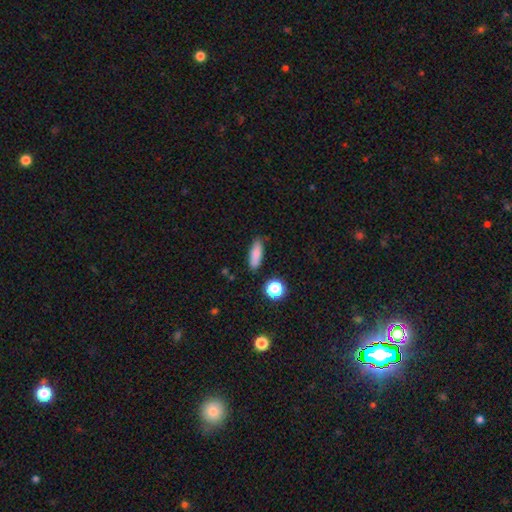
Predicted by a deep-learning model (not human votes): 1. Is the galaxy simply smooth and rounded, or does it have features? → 83% smooth, 9% star or artifact, 8% featured or disk.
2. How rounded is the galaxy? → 56% in between, 39% cigar-shaped, 5% round.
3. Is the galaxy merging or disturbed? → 81% none, 13% minor disturbance, 3% major disturbance, 3% merger.